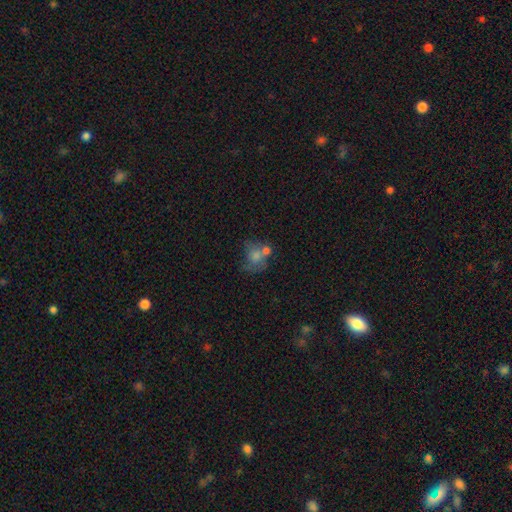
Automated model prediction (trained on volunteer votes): smooth-or-featured: smooth: 60% | featured or disk: 26% | star or artifact: 15%
  how-rounded: round: 62% | in between: 37% | cigar-shaped: 1%
  merging: merger: 35% | none: 33% | minor disturbance: 17% | major disturbance: 16%